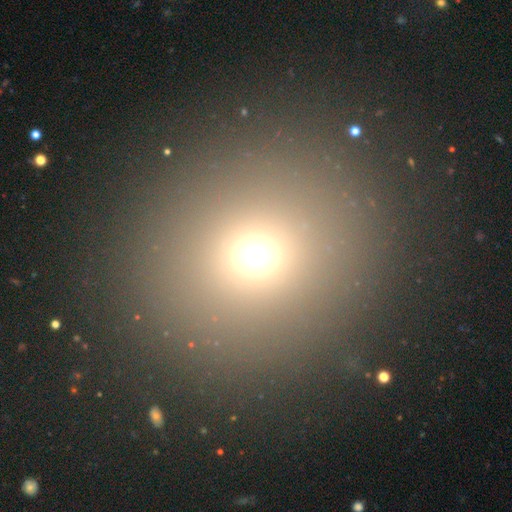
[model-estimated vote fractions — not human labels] This is likely a smooth galaxy (66%). How rounded: clearly round (87%). Merging: clearly none (87%).